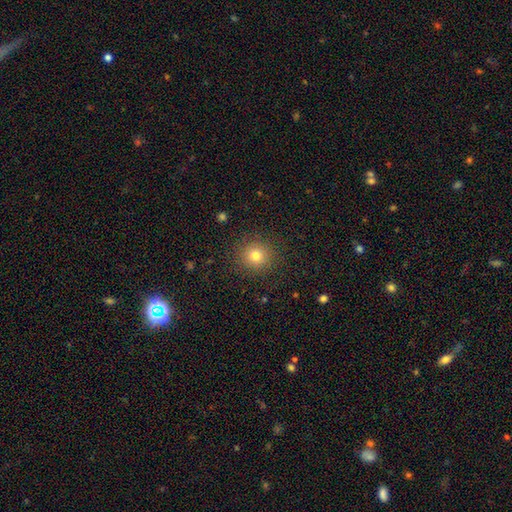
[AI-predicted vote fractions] Morphology: type=smooth (78%); roundness=round (93%); merging=none (90%).